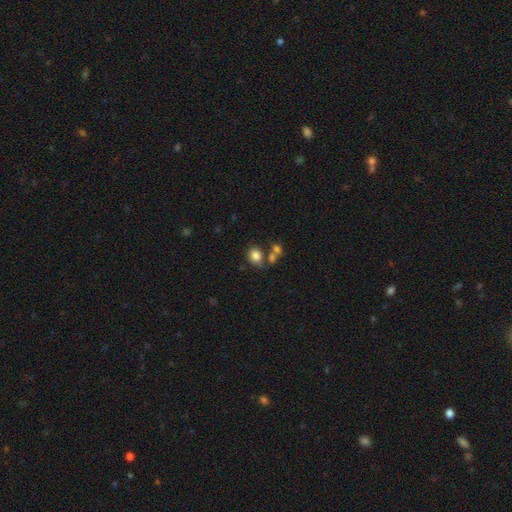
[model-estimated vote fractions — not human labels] smooth 82%, star or artifact 11%, featured or disk 7%. Down the decision tree: how rounded — in between (53%); merging — none (59%).